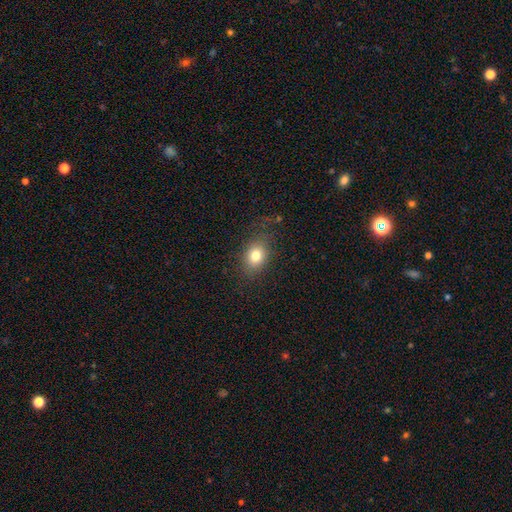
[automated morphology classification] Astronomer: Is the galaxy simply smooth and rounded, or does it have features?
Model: smooth — 78%.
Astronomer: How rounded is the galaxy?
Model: in between — 60% (runner-up: round, 39%).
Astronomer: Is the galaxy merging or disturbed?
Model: none — 77%.